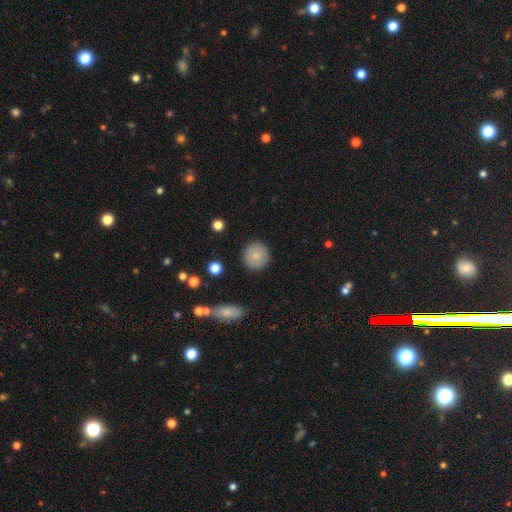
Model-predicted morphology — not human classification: The model was most divided on "smooth or featured": smooth: 82%, featured or disk: 9%, star or artifact: 8%. More confident: how rounded — round (94%); merging — none (91%).